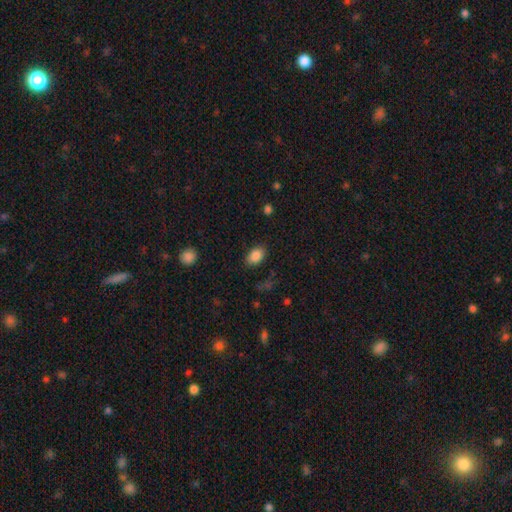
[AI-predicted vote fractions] This is clearly a smooth galaxy (86%). How rounded: clearly in between (87%). Merging: clearly none (84%).